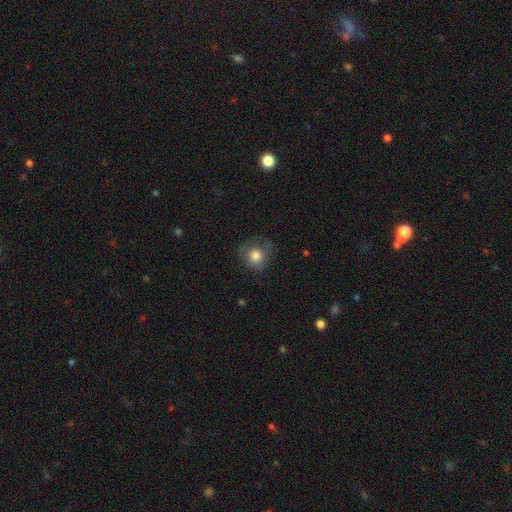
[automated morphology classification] type=smooth (77%); roundness=round (86%); merging=none (67%).